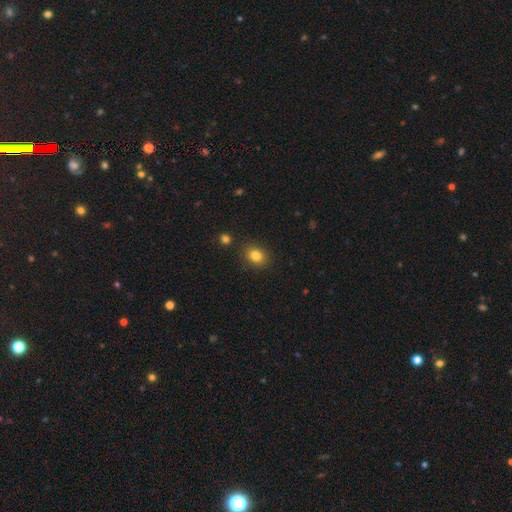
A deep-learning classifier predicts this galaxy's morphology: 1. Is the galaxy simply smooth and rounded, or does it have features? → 82% smooth, 11% star or artifact, 6% featured or disk.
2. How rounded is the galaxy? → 52% in between, 47% round, 1% cigar-shaped.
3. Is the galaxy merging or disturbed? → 86% none, 9% minor disturbance, 3% merger, 2% major disturbance.